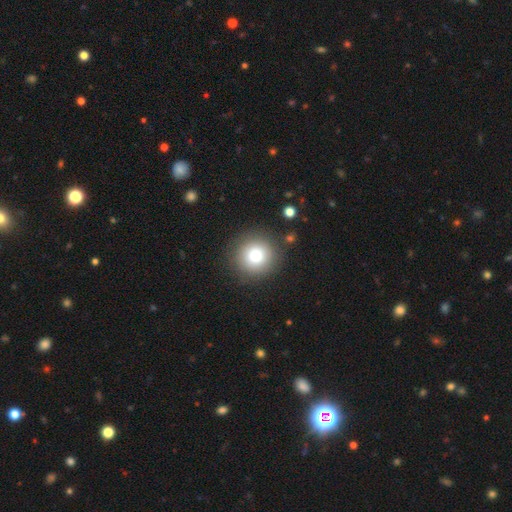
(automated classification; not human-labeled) The model was most divided on "smooth or featured": smooth: 77%, star or artifact: 12%, featured or disk: 11%. More confident: how rounded — round (95%); merging — none (88%).